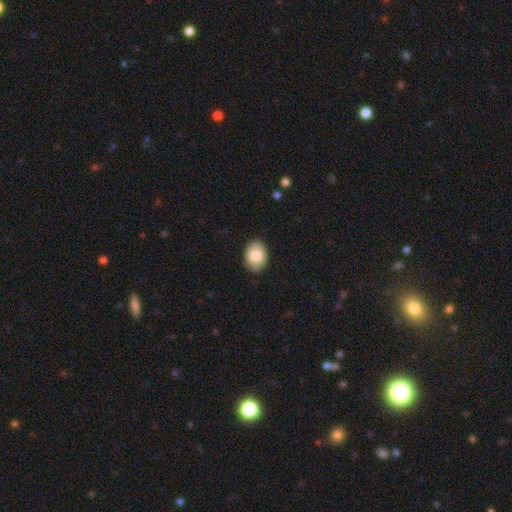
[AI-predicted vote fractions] Overall: smooth (83%). How rounded: in between (75%). Merging: none (84%).